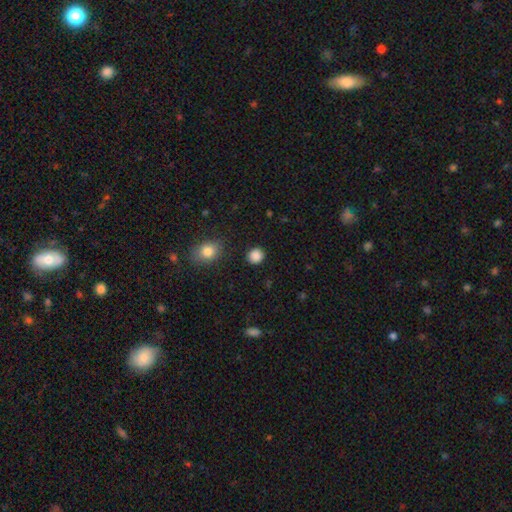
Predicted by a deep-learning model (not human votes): A smooth galaxy with no disk features (87%) that is round (86%). Merging: none (89%).